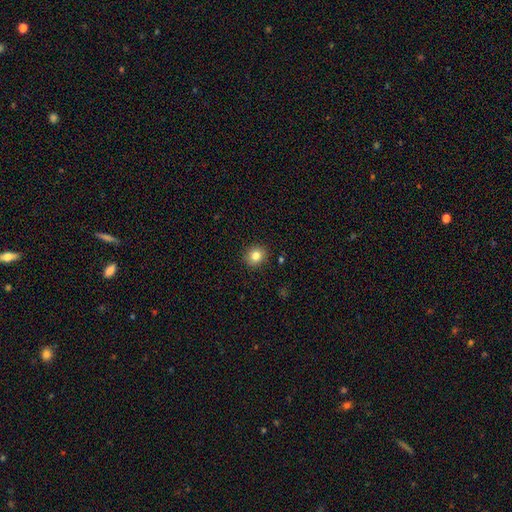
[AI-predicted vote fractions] Smooth or featured? smooth (83%)
How rounded? round (78%)
Merging? none (90%)